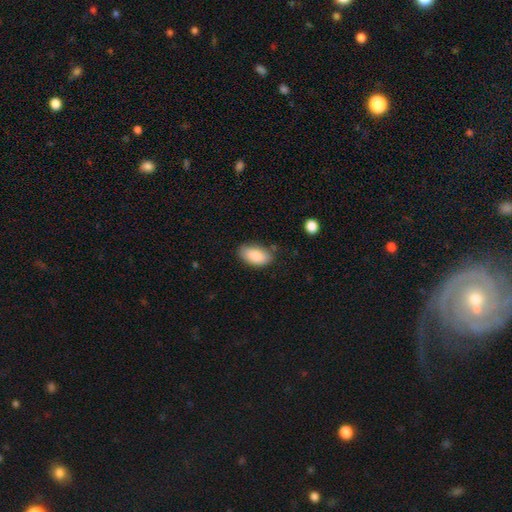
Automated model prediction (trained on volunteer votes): A smooth galaxy with no disk features (86%) that is in between round and cigar-shaped (94%). Merging: none (72%).